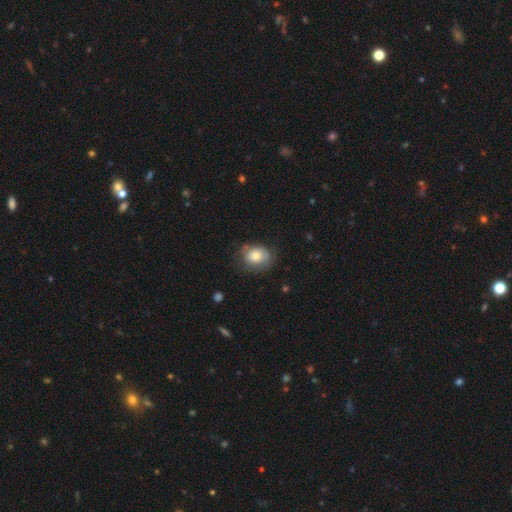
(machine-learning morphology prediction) Overall: smooth (74%). How rounded: round (55%; in between 44%). Merging: none (66%).